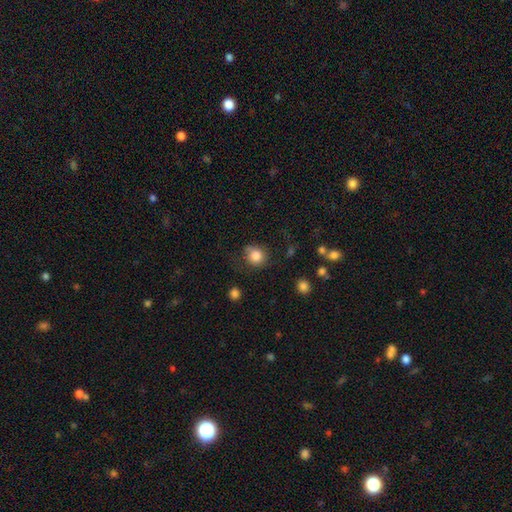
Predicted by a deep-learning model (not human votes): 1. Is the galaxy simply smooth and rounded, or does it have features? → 84% smooth, 10% star or artifact, 6% featured or disk.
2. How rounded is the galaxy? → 79% round, 20% in between, 1% cigar-shaped.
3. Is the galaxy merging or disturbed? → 67% none, 23% minor disturbance, 7% major disturbance, 3% merger.